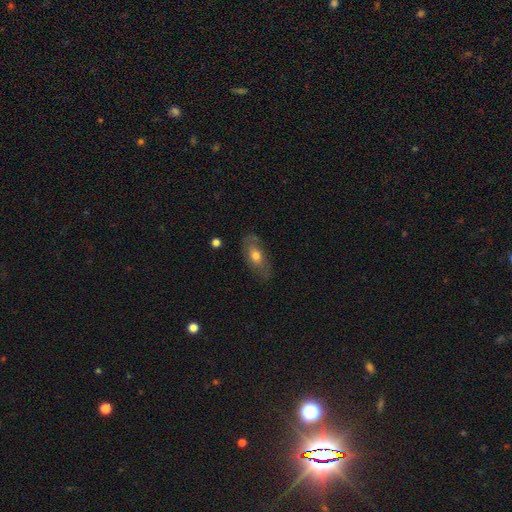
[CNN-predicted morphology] This appears to be a smooth galaxy with no disk features (58%) that is in between round and cigar-shaped (85%). Merging: none (72%).